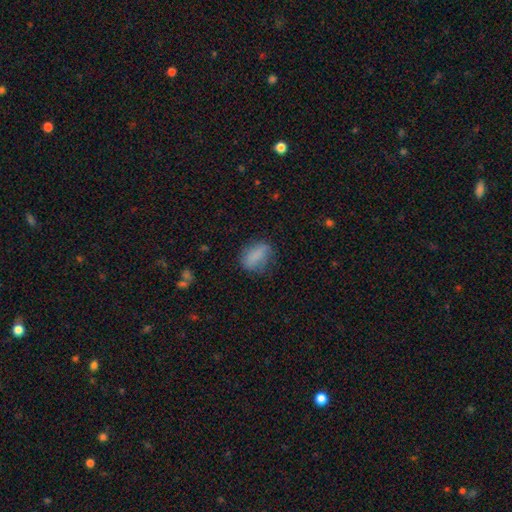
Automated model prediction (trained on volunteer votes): Overall: smooth (78%). How rounded: in between (79%). Merging: none (63%; minor disturbance 25%).